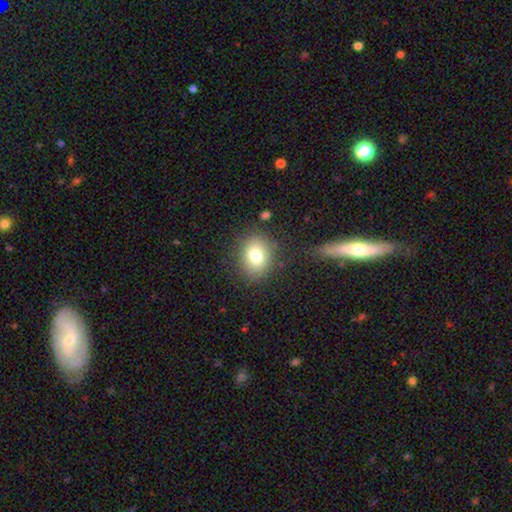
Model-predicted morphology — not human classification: Overall: smooth (77%). How rounded: round (54%; in between 45%). Merging: none (81%).